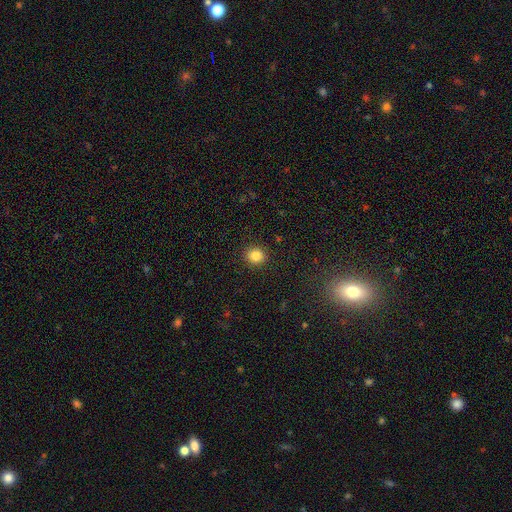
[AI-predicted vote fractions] Overall: smooth (85%). How rounded: round (89%). Merging: none (91%).